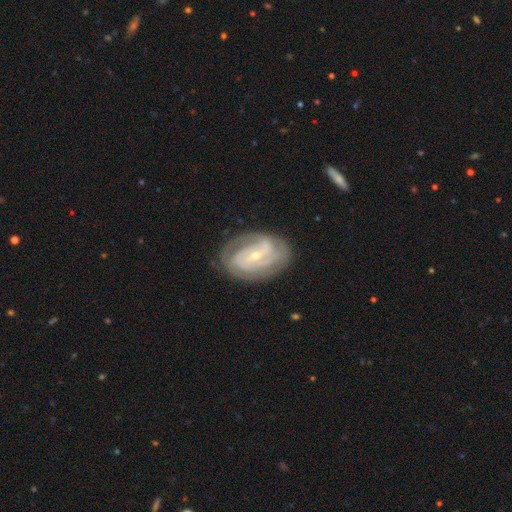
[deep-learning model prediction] smooth-or-featured: featured or disk: 85% | smooth: 10% | star or artifact: 6%
  disk-edge-on: no: 96% | yes: 4%
    bar: weak: 40% | no: 37% | strong: 24%
    has-spiral-arms: yes: 94% | no: 6%
      spiral-winding: tight: 62% | medium: 30% | loose: 8%
      spiral-arm-count: 2: 35% | can't tell: 27% | 3: 20% | 4: 9% | 1: 5% | more than 4: 4%
    bulge-size: small: 70% | moderate: 27% | large: 1% | none: 1% | dominant: 1%
  merging: none: 77% | minor disturbance: 16% | major disturbance: 5% | merger: 1%